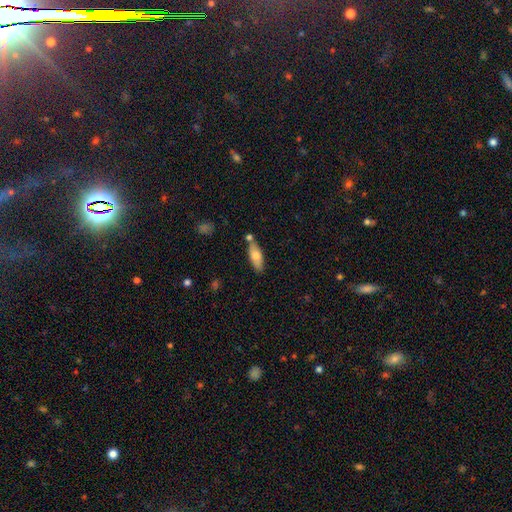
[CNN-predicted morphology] smooth-or-featured: smooth: 73% | featured or disk: 21% | star or artifact: 6%
  how-rounded: in between: 67% | cigar-shaped: 31% | round: 2%
  merging: none: 70% | minor disturbance: 15% | merger: 12% | major disturbance: 3%